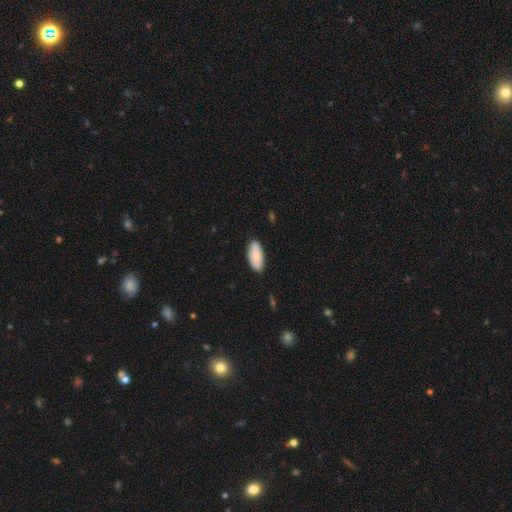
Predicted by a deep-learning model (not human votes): This is likely a smooth galaxy (76%). How rounded: clearly in between (88%). Merging: clearly none (82%).